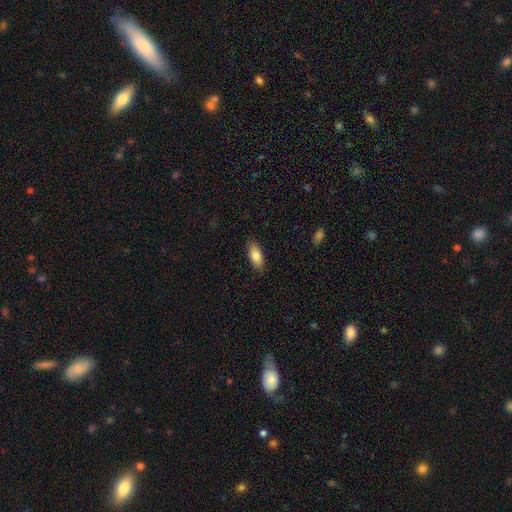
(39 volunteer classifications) Smooth or featured? 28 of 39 (72%) said smooth. How rounded? 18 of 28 (64%) said in between. Merging? 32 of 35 (91%) said none.